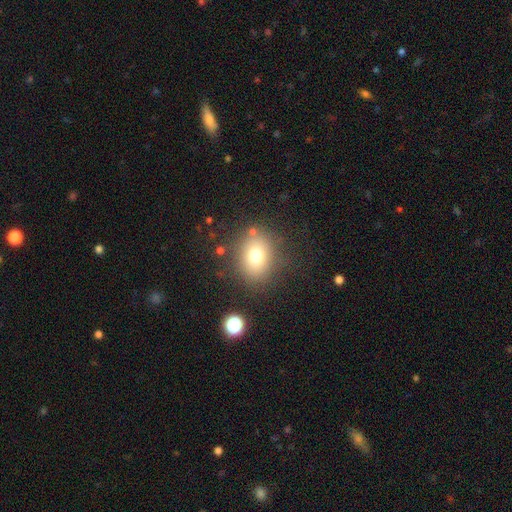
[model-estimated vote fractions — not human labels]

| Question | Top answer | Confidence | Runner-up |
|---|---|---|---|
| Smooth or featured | smooth | 74% | star or artifact (13%) |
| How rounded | in between | 52% | round (47%) |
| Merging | none | 80% | minor disturbance (12%) |